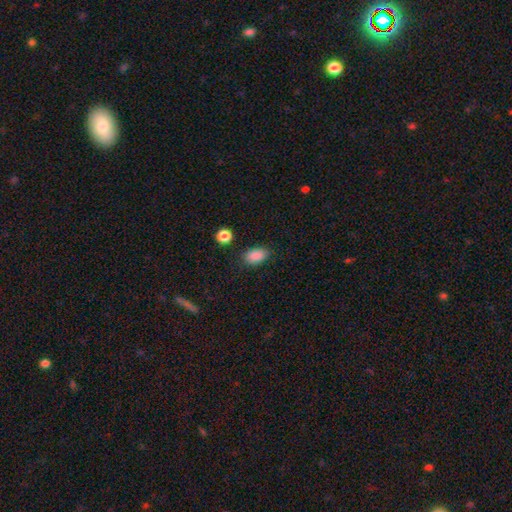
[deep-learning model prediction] Smooth or featured? smooth (88%)
How rounded? in between (88%)
Merging? none (82%)